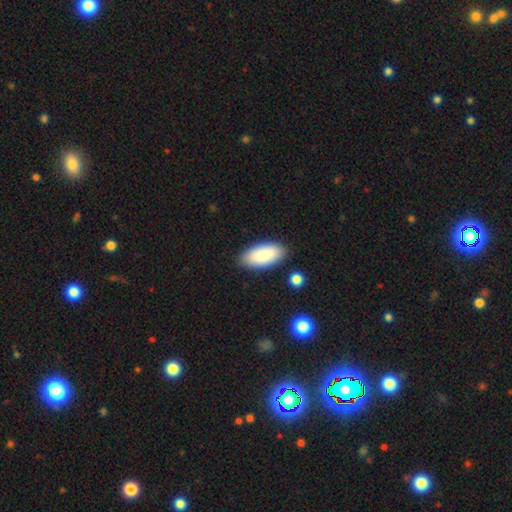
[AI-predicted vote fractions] This is clearly a smooth galaxy (88%). How rounded: clearly in between (93%). Merging: clearly none (85%).